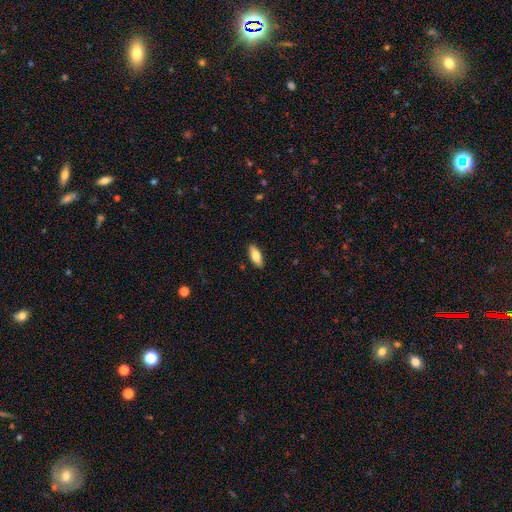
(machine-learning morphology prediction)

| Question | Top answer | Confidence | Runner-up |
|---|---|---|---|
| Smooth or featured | smooth | 78% | featured or disk (16%) |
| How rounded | in between | 76% | cigar-shaped (22%) |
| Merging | none | 88% | minor disturbance (9%) |